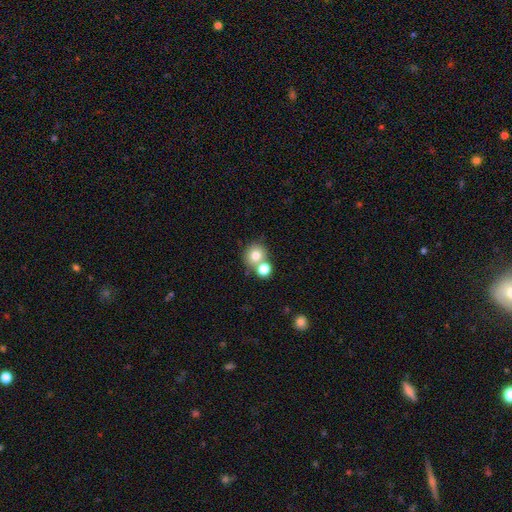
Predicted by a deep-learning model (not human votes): smooth_or_featured: smooth (p=0.77) [alt: star or artifact p=0.12]
how_rounded: round (p=0.86) [alt: in between p=0.13]
merging: none (p=0.53) [alt: merger p=0.37]